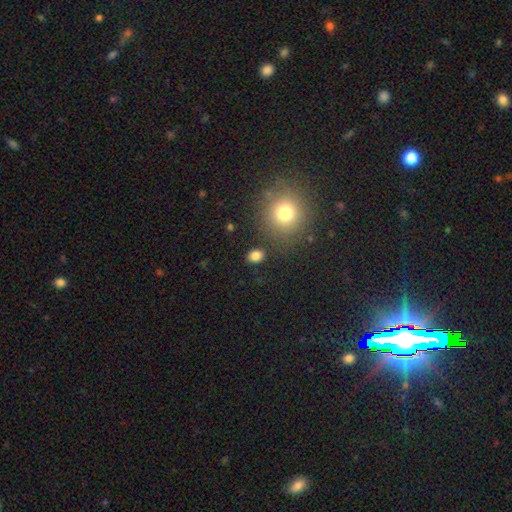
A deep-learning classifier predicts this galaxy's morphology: smooth-or-featured: smooth: 82% | star or artifact: 13% | featured or disk: 5%
  how-rounded: round: 55% | in between: 44% | cigar-shaped: 1%
  merging: none: 85% | minor disturbance: 8% | merger: 3% | major disturbance: 3%